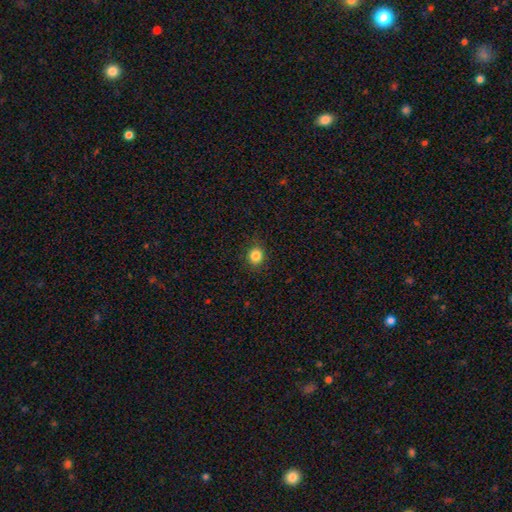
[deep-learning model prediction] Smooth or featured?
  - smooth: 84% *
  - star or artifact: 11%
  - featured or disk: 4%
How rounded?
  - round: 80% *
  - in between: 19%
  - cigar-shaped: 1%
Merging?
  - none: 89% *
  - minor disturbance: 8%
  - major disturbance: 2%
  - merger: 1%